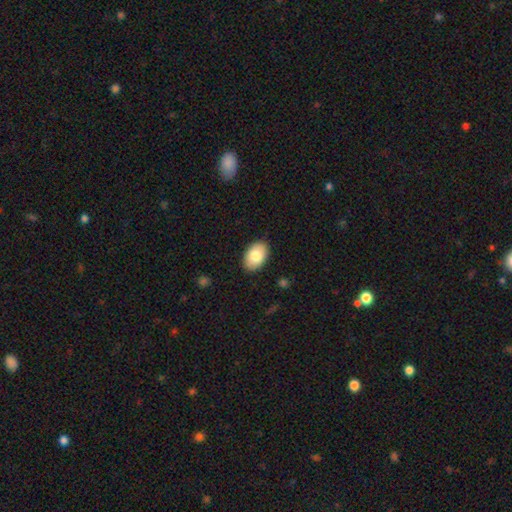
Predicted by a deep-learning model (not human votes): Smooth or featured? Predicted: smooth (p=0.82). How rounded? Predicted: in between (p=0.91). Merging? Predicted: none (p=0.89).